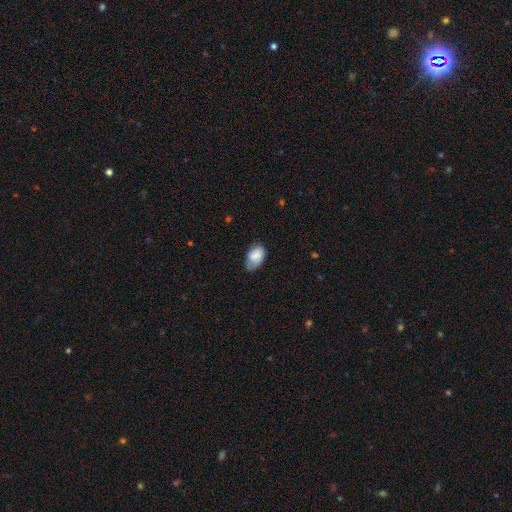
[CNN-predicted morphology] A smooth galaxy with no disk features (82%) that is in between round and cigar-shaped (91%).

Vote fractions:
- Smooth or featured? smooth: 82% / featured or disk: 11% / star or artifact: 7%
- How rounded? in between: 91% / round: 8% / cigar-shaped: 1%
- Merging? none: 53% / minor disturbance: 38% / major disturbance: 8% / merger: 2%